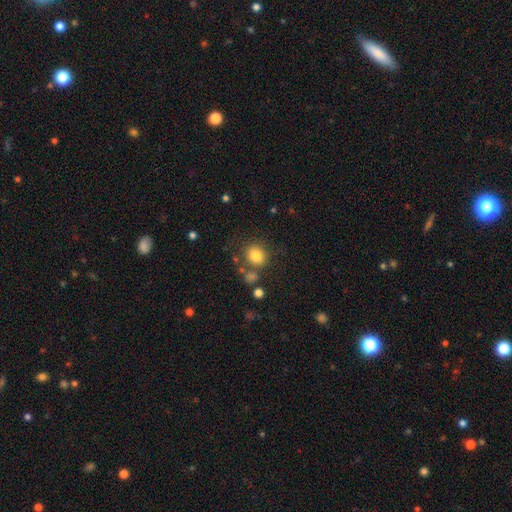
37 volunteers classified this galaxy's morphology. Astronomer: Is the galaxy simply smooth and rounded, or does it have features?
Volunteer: smooth — 84%.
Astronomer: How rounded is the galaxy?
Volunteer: round — 74%.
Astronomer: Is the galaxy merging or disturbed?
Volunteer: none — 71%.